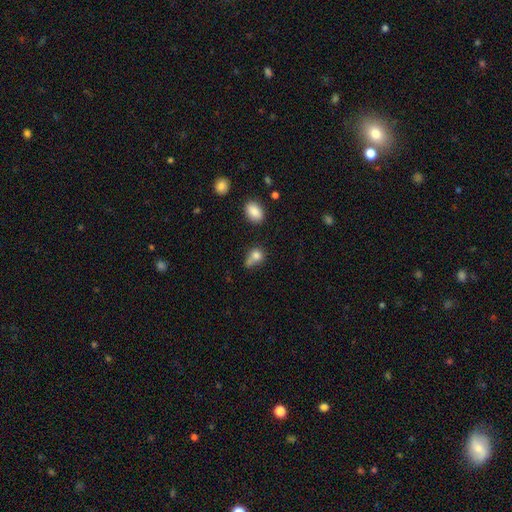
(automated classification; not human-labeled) A smooth galaxy with no disk features (78%) that is round (62%). Merging: none (38%).